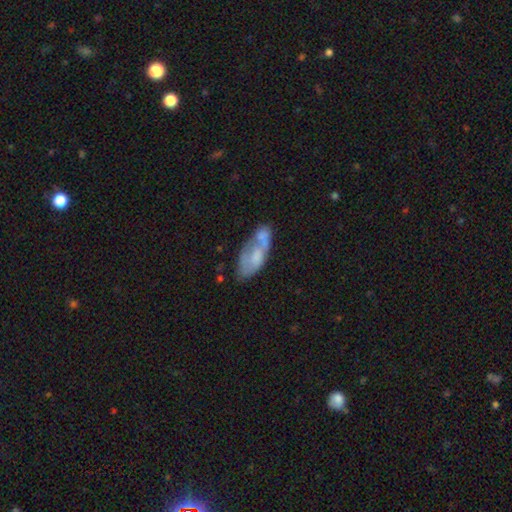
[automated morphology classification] Q: Smooth or featured?
A: featured or disk (47%); runner-up: smooth (46%)
Q: Merging?
A: none (32%); runner-up: merger (31%)